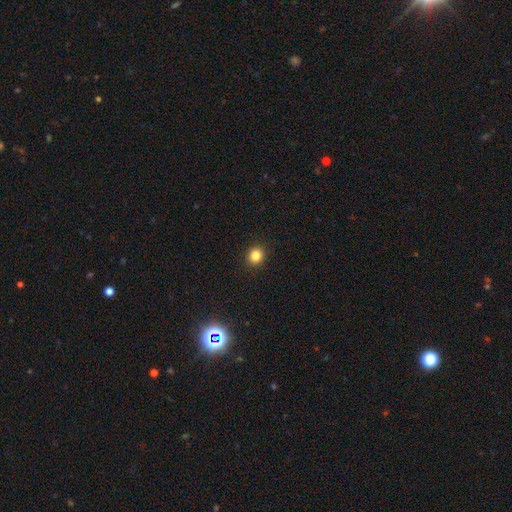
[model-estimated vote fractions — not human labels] smooth_or_featured: smooth (p=0.83) [alt: star or artifact p=0.13]
how_rounded: round (p=0.87) [alt: in between p=0.12]
merging: none (p=0.92) [alt: minor disturbance p=0.05]